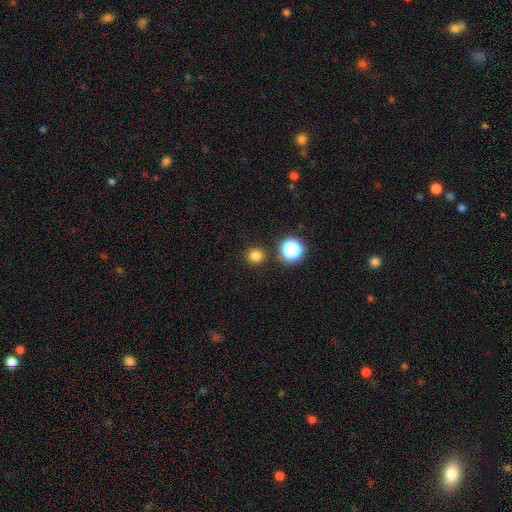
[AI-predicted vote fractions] Overall: smooth (78%). How rounded: round (93%). Merging: none (89%).